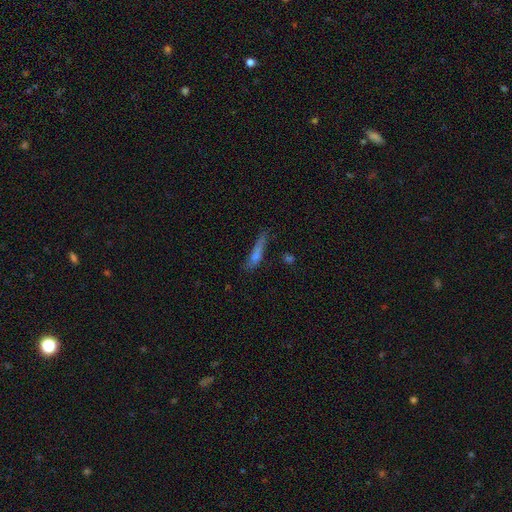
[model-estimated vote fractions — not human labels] smooth_or_featured: smooth (p=0.52) [alt: featured or disk p=0.36]
how_rounded: cigar-shaped (p=0.83) [alt: in between p=0.14]
merging: none (p=0.52) [alt: minor disturbance p=0.28]